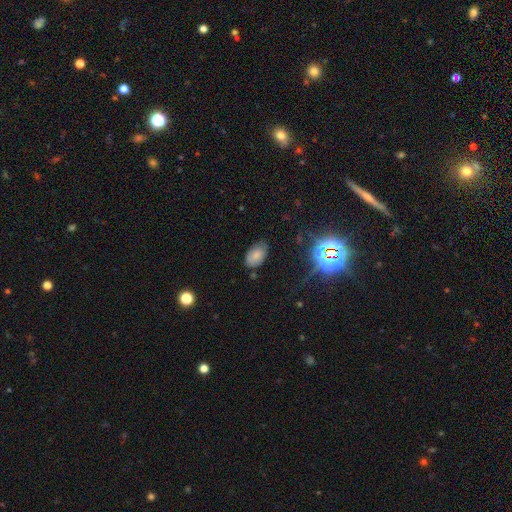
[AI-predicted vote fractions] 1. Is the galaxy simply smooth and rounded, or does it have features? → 75% smooth, 14% star or artifact, 11% featured or disk.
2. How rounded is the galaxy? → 93% in between, 6% round, 1% cigar-shaped.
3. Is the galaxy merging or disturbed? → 73% none, 21% minor disturbance, 4% major disturbance, 2% merger.